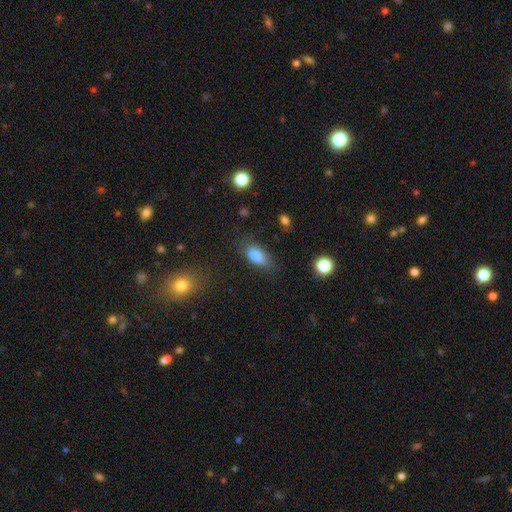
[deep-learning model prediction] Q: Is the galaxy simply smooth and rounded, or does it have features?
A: smooth — 82%.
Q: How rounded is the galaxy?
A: in between — 88%.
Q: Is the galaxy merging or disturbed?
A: none — 73%.